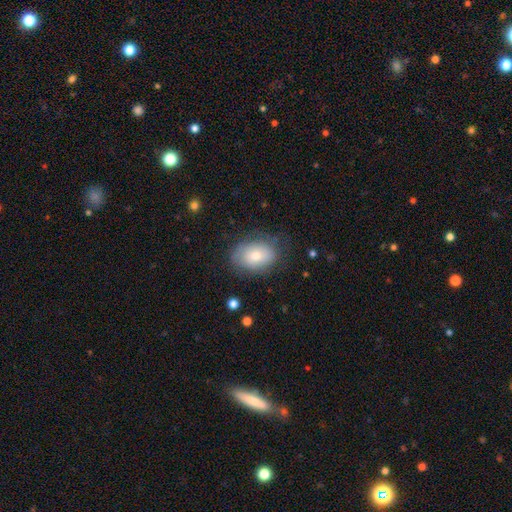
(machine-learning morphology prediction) Smooth or featured? Predicted: smooth (p=0.70). How rounded? Predicted: in between (p=0.81). Merging? Predicted: none (p=0.70).